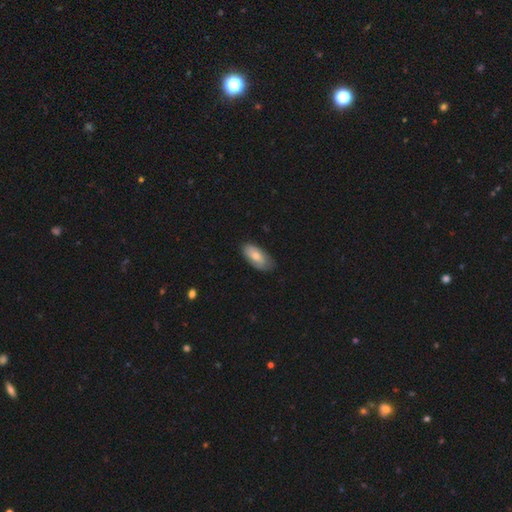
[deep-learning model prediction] The model was most divided on "smooth or featured": smooth: 74%, featured or disk: 20%, star or artifact: 6%. More confident: how rounded — in between (91%); merging — none (75%).